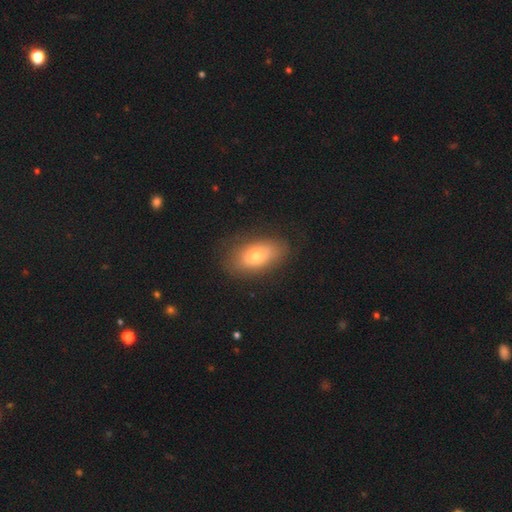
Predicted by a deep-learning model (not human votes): A smooth galaxy with no disk features (67%) that is in between round and cigar-shaped (89%). Merging: none (81%).